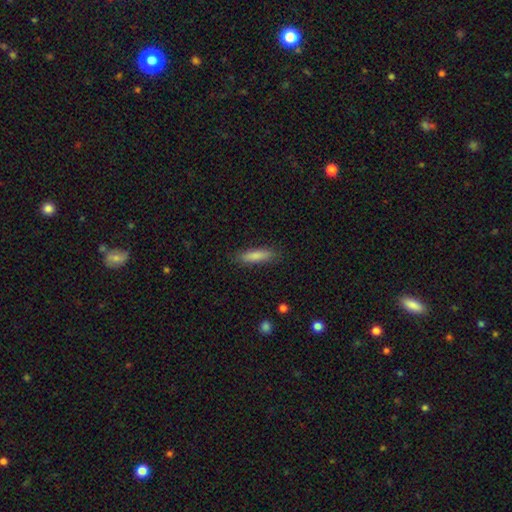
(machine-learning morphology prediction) This is clearly a smooth galaxy (84%). How rounded: likely cigar-shaped (65%). Merging: clearly none (85%).